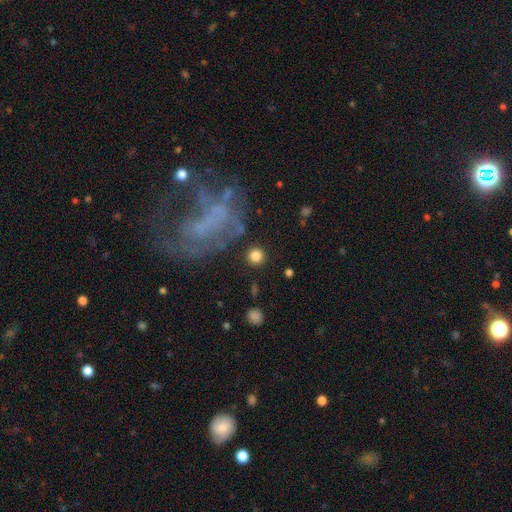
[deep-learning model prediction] This is clearly a smooth galaxy (83%). How rounded: clearly round (94%). Merging: clearly none (88%).